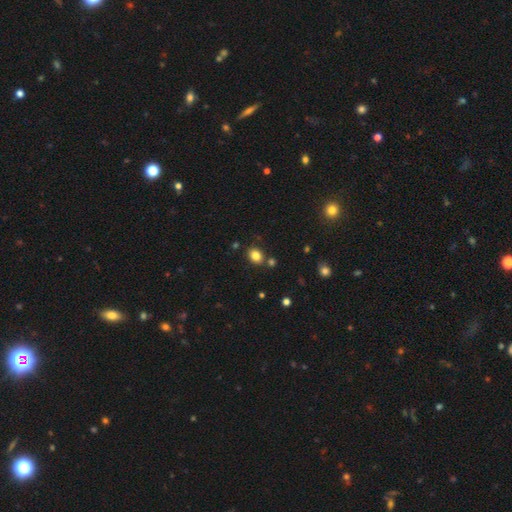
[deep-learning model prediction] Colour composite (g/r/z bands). It shows a smooth galaxy with no disk features (83%) that is in between round and cigar-shaped (55%). Merging: none (80%).